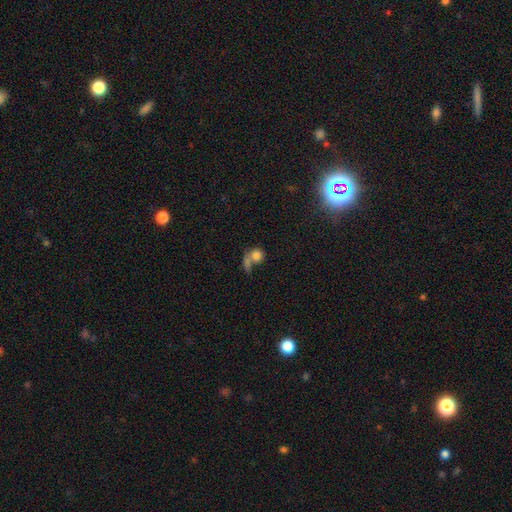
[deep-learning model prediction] smooth_or_featured: smooth (p=0.76) [alt: featured or disk p=0.14]
how_rounded: round (p=0.75) [alt: in between p=0.23]
merging: merger (p=0.50) [alt: none p=0.30]